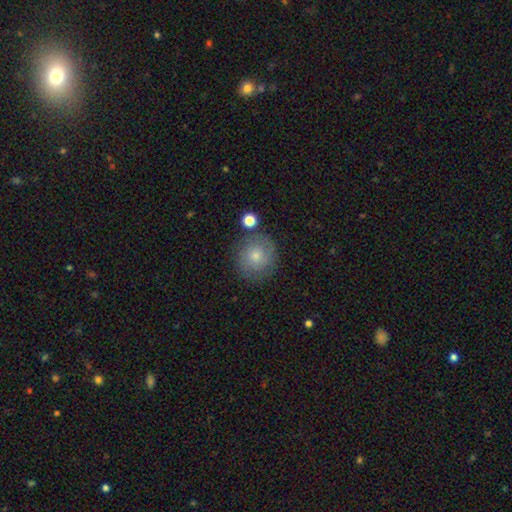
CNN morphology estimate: This is possibly a smooth galaxy (55%). How rounded: clearly round (87%). Merging: likely none (80%).